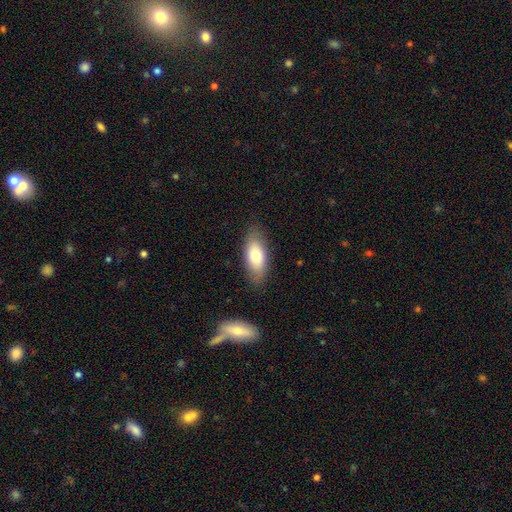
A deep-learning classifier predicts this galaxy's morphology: This is likely a smooth galaxy (73%). How rounded: clearly in between (85%). Merging: clearly none (82%).